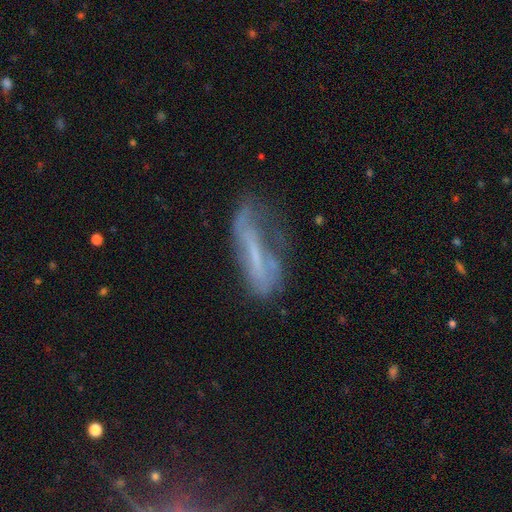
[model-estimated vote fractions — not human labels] featured or disk 53%, smooth 34%, star or artifact 13%. Down the decision tree: edge-on disk — no (75%); merging — none (36%).